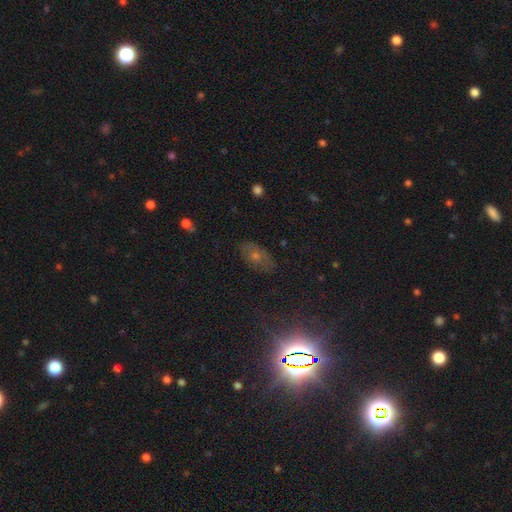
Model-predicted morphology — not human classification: This appears to be a star or artifact, not a galaxy (39%).